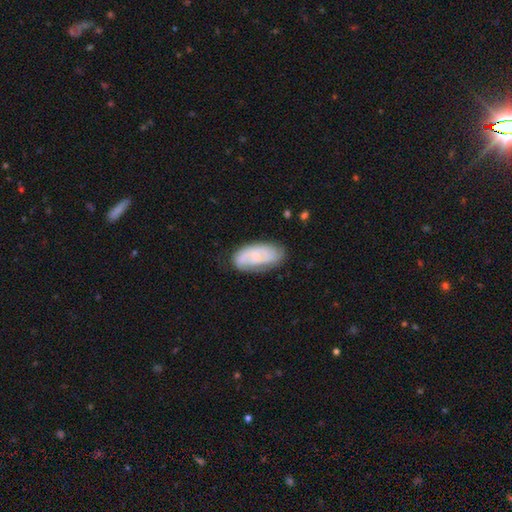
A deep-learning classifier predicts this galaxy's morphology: This is possibly a featured or disk galaxy (58%). It is clearly not viewed edge-on (94%). Bar: likely no (64%). Spiral arm pattern: clearly yes (86%). Central bulge: likely small (65%). Merging: likely none (69%).